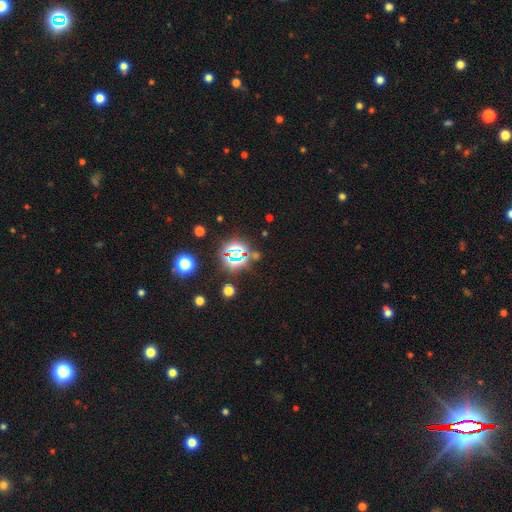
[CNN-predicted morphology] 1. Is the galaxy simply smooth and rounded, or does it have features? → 74% star or artifact, 17% smooth, 9% featured or disk.